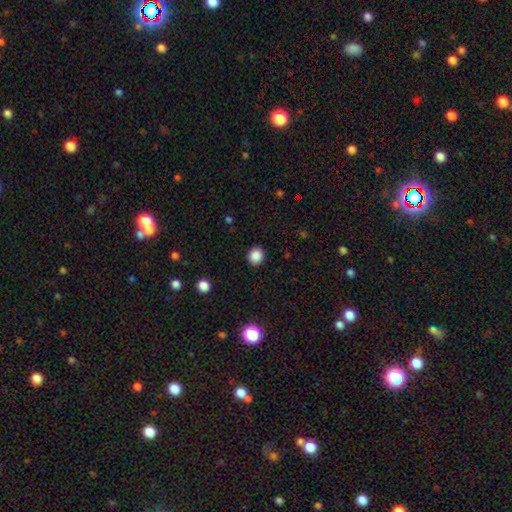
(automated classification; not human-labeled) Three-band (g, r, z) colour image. It shows a smooth galaxy with no disk features (87%) that is round (83%). Merging: none (90%).